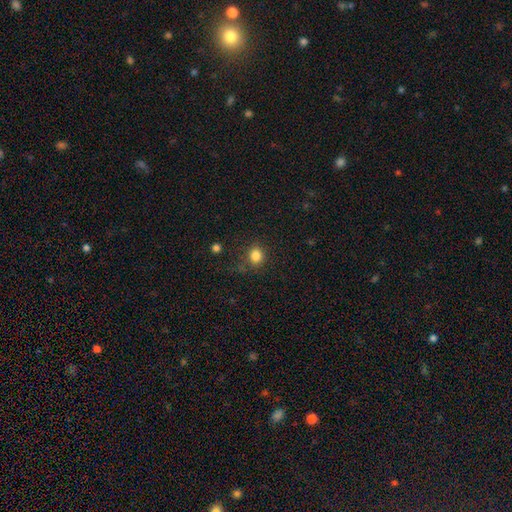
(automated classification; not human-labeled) A smooth galaxy with no disk features (83%) that is round (78%). Merging: none (81%).